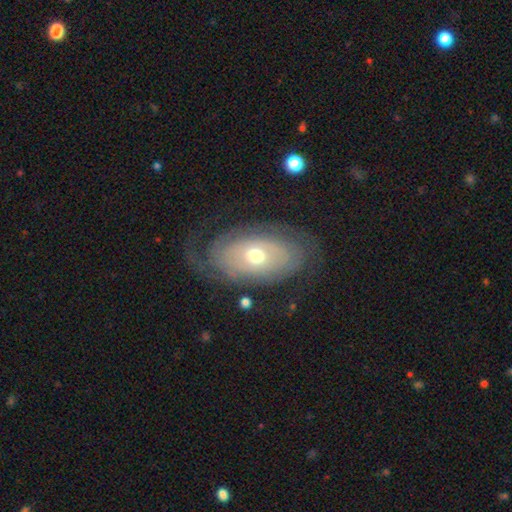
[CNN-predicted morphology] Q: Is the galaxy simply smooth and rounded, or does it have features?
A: featured or disk — 65%.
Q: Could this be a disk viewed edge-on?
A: no — 92%.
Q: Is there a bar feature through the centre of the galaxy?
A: no — 85%.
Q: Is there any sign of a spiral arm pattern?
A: yes — 62%.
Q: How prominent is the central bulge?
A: moderate — 69%.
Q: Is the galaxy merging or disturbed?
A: none — 69%.